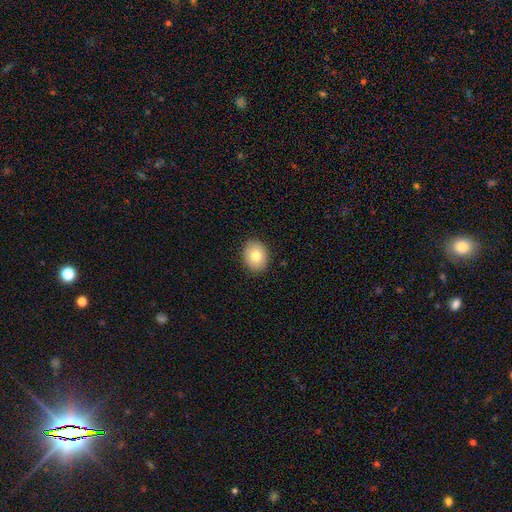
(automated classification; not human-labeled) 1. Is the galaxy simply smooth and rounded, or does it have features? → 79% smooth, 13% featured or disk, 8% star or artifact.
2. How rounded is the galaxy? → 57% in between, 42% round, 1% cigar-shaped.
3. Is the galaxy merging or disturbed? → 89% none, 8% minor disturbance, 2% major disturbance, 1% merger.